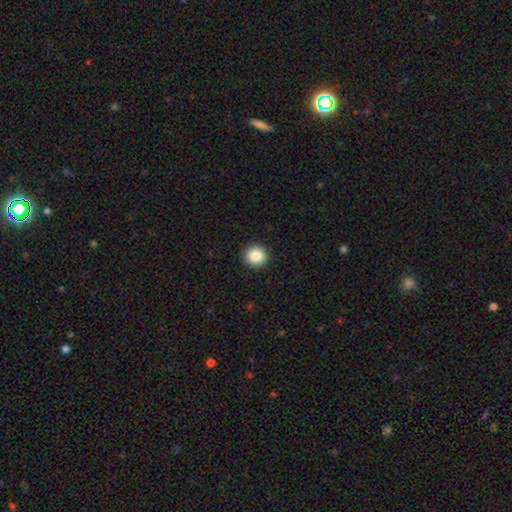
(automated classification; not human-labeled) Smooth or featured? smooth (87%)
How rounded? round (93%)
Merging? none (92%)